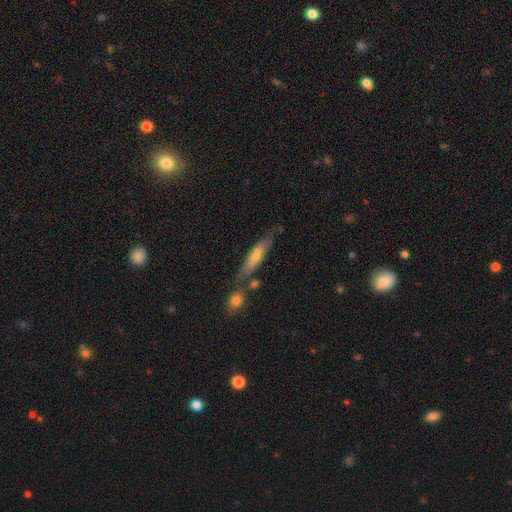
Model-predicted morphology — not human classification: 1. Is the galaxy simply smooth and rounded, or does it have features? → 57% featured or disk, 32% smooth, 11% star or artifact.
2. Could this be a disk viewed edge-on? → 83% yes, 17% no.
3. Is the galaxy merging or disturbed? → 72% none, 14% minor disturbance, 9% merger, 4% major disturbance.